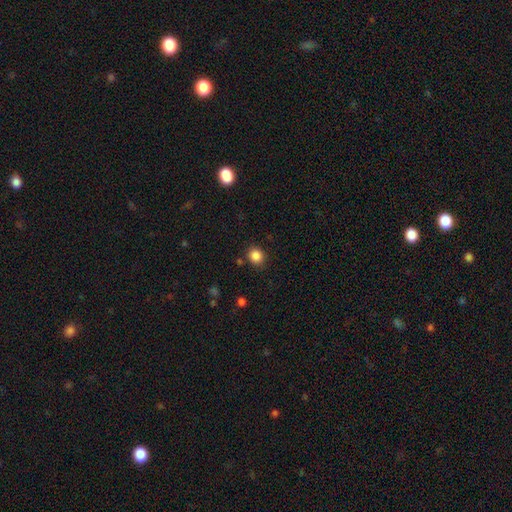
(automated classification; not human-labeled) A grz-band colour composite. It shows a smooth galaxy with no disk features (86%) that is round (82%). Merging: none (86%).